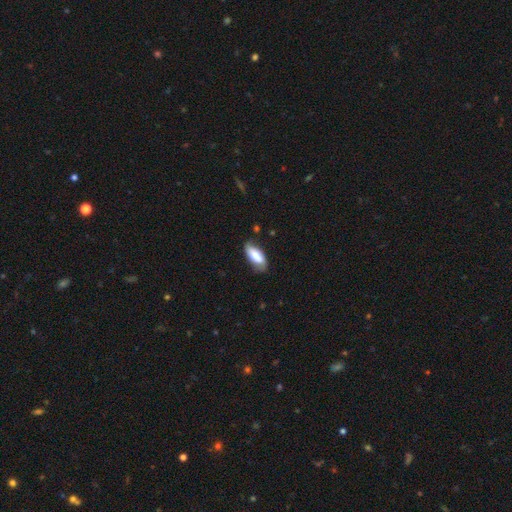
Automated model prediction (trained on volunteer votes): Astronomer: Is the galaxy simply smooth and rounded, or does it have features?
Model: smooth — 71%.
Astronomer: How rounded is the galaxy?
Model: in between — 83%.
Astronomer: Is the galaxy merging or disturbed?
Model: none — 68%.